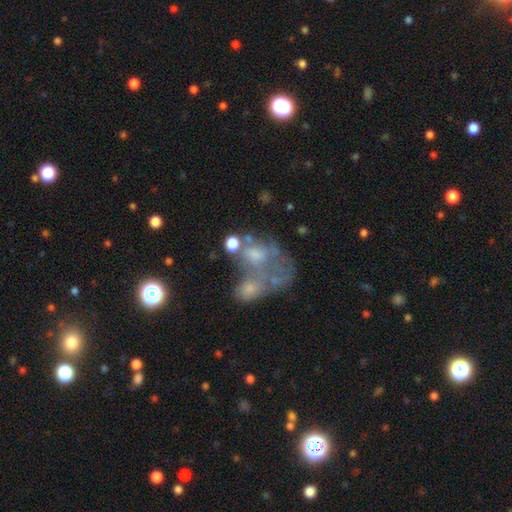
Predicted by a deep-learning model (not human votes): A featured or disk galaxy (44%).

Vote fractions:
- Smooth or featured? featured or disk: 44% / smooth: 37% / star or artifact: 19%
- Merging? merger: 46% / major disturbance: 26% / none: 17% / minor disturbance: 10%